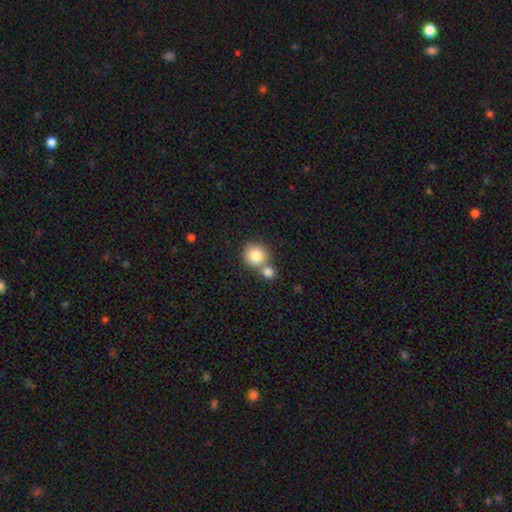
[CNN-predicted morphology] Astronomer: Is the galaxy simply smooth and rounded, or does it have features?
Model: smooth — 81%.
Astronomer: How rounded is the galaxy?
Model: round — 89%.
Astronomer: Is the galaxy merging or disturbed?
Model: none — 51% (runner-up: merger, 39%).